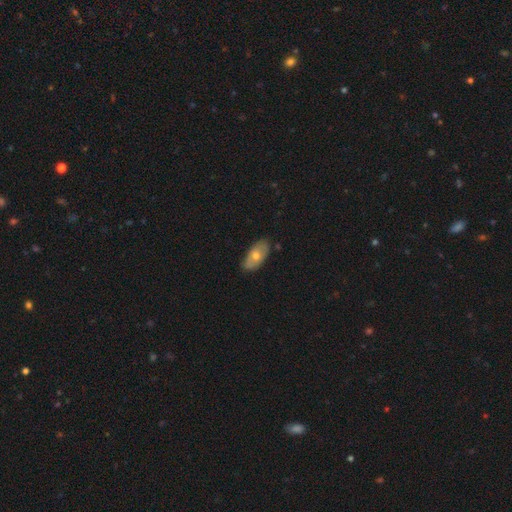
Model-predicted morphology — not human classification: smooth 56%, featured or disk 38%, star or artifact 7%. Down the decision tree: how rounded — in between (91%); merging — none (77%).